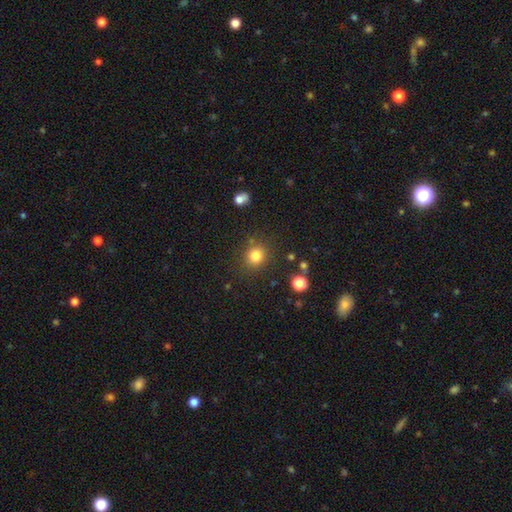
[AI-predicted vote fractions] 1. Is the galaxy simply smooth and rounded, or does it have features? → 82% smooth, 13% star or artifact, 6% featured or disk.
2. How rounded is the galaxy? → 84% round, 15% in between, 1% cigar-shaped.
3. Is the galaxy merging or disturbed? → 84% none, 9% minor disturbance, 4% merger, 3% major disturbance.